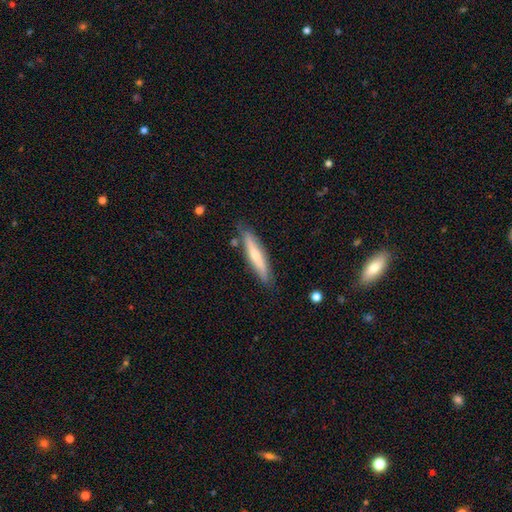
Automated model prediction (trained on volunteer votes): A smooth galaxy with no disk features (52%) that is cigar-shaped (87%). Merging: none (82%).